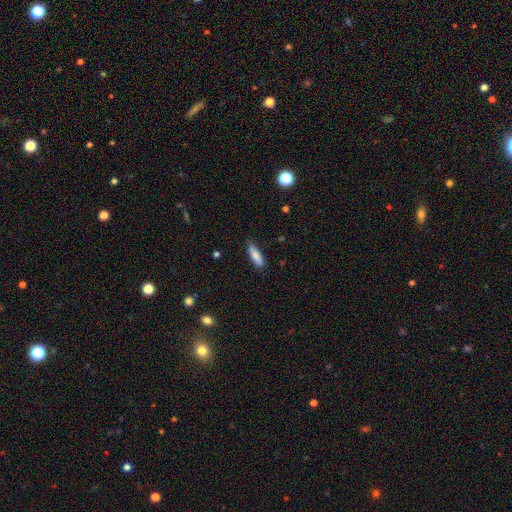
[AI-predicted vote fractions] smooth-or-featured: smooth: 83% | featured or disk: 11% | star or artifact: 6%
  how-rounded: cigar-shaped: 58% | in between: 40% | round: 2%
  merging: none: 84% | minor disturbance: 13% | major disturbance: 2% | merger: 1%